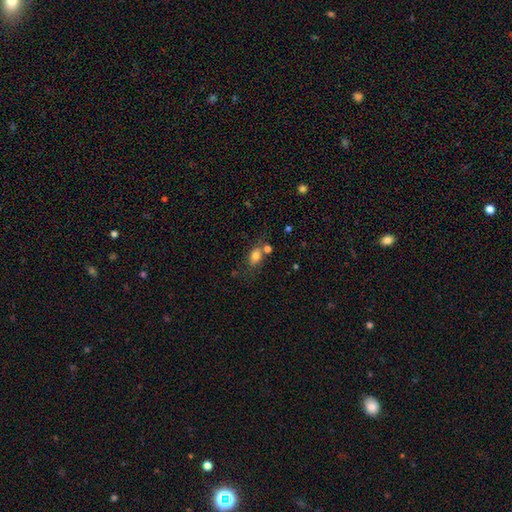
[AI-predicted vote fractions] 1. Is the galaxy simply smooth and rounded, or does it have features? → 79% smooth, 11% featured or disk, 10% star or artifact.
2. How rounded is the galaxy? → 78% in between, 19% round, 3% cigar-shaped.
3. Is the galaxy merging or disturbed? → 57% none, 20% merger, 16% minor disturbance, 6% major disturbance.